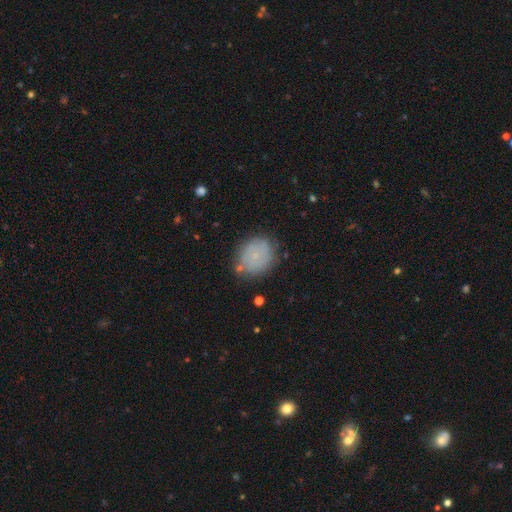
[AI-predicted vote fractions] smooth 73%, featured or disk 17%, star or artifact 10%. Down the decision tree: how rounded — round (69%); merging — none (76%).